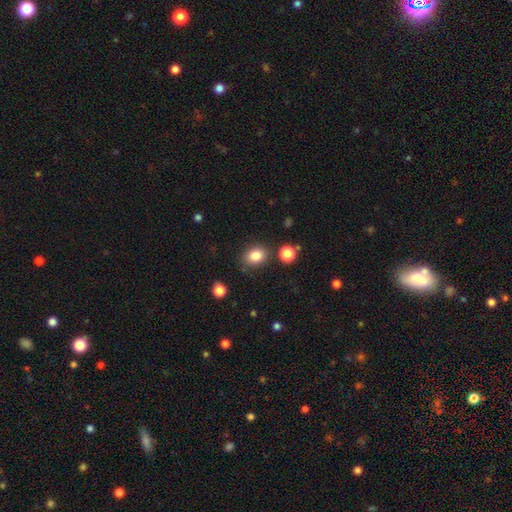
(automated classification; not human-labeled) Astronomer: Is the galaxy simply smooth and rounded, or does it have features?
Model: smooth — 84%.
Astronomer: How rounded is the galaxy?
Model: round — 50% (runner-up: in between, 49%).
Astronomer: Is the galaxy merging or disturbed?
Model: none — 77%.